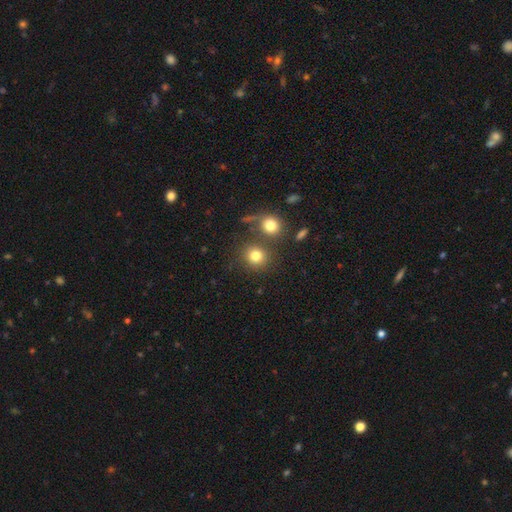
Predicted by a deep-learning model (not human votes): A smooth galaxy with no disk features (80%) that is round (85%). Merging: none (72%).